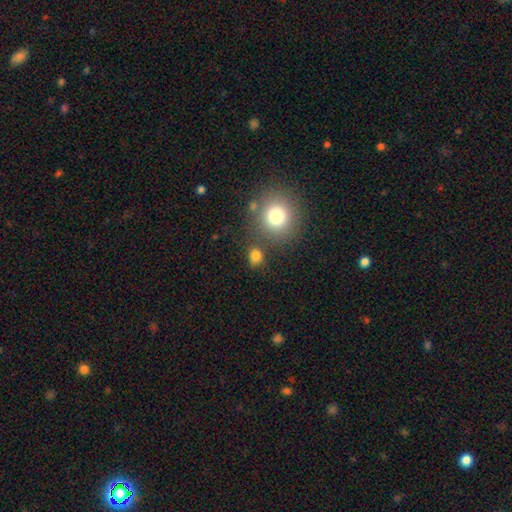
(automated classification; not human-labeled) This appears to be a smooth galaxy with no disk features (80%) that is round (71%). Merging: none (72%).